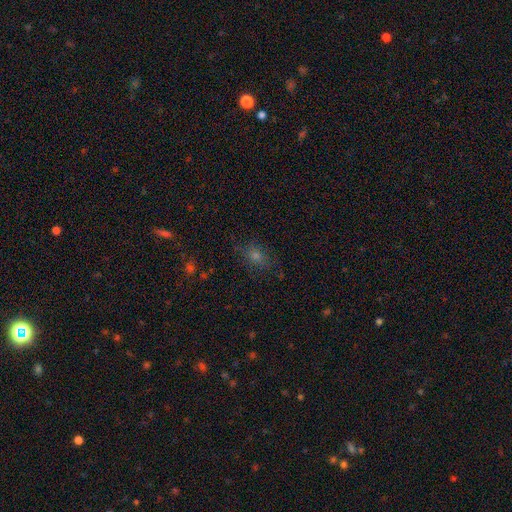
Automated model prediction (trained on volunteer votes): Q: Smooth or featured?
A: smooth (53%); runner-up: star or artifact (32%)
Q: How rounded?
A: in between (53%); runner-up: round (44%)
Q: Merging?
A: none (79%); runner-up: minor disturbance (14%)